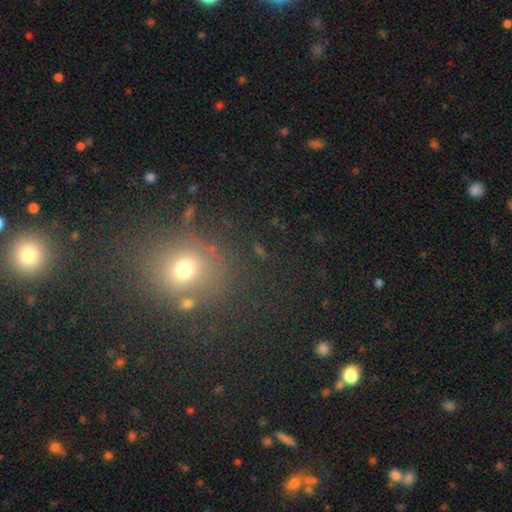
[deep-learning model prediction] Morphology: type=smooth (55%); roundness=round (75%); merging=none (79%).